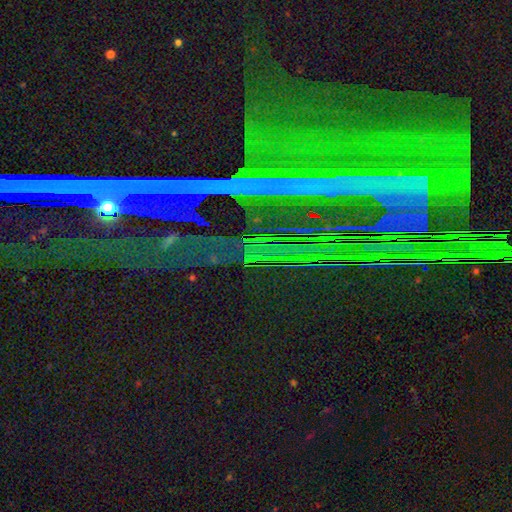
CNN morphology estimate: Q: Smooth or featured?
A: star or artifact (84%); runner-up: featured or disk (9%)